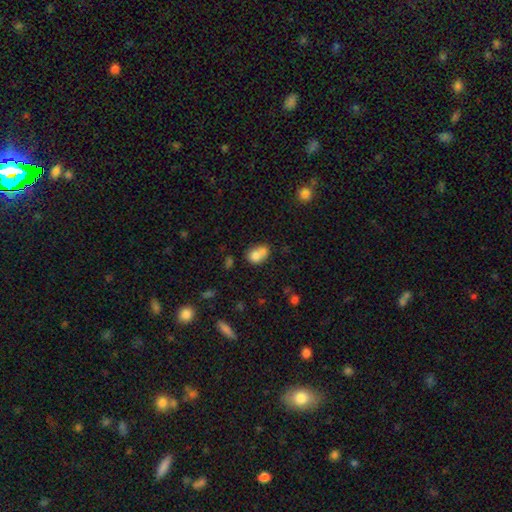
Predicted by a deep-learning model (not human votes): Smooth or featured? Predicted: smooth (p=0.74). How rounded? Predicted: in between (p=0.59). Merging? Predicted: merger (p=0.54).